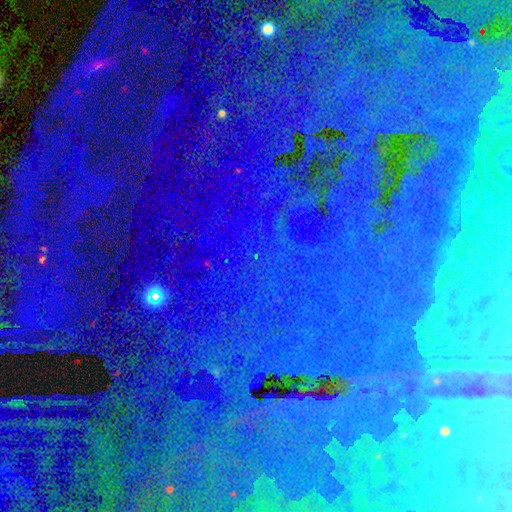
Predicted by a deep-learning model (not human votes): This appears to be a star or artifact, not a galaxy (83%).